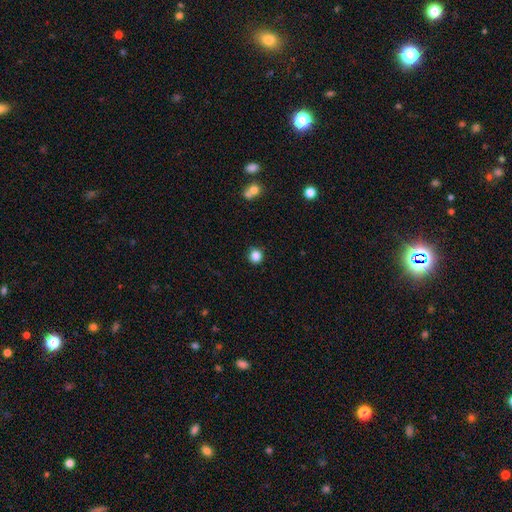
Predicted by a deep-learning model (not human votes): Smooth or featured? smooth (85%)
How rounded? round (92%)
Merging? none (88%)